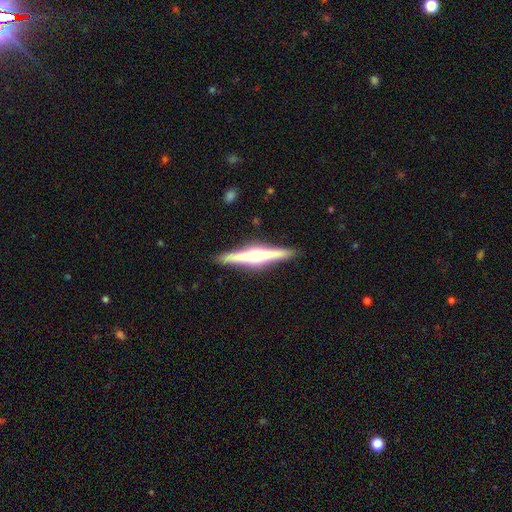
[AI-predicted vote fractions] Smooth or featured? Predicted: featured or disk (p=0.72). Edge-on disk? Predicted: yes (p=0.98). Edge-on bulge? Predicted: rounded (p=0.81). Merging? Predicted: none (p=0.91).